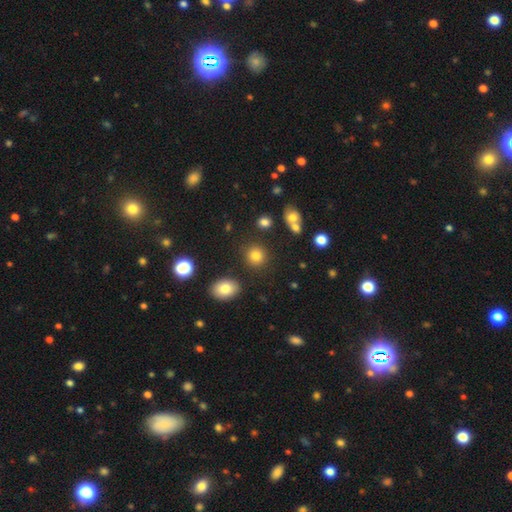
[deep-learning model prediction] Smooth or featured?
  - smooth: 80% *
  - star or artifact: 13%
  - featured or disk: 7%
How rounded?
  - round: 86% *
  - in between: 13%
  - cigar-shaped: 1%
Merging?
  - none: 86% *
  - minor disturbance: 8%
  - merger: 4%
  - major disturbance: 3%